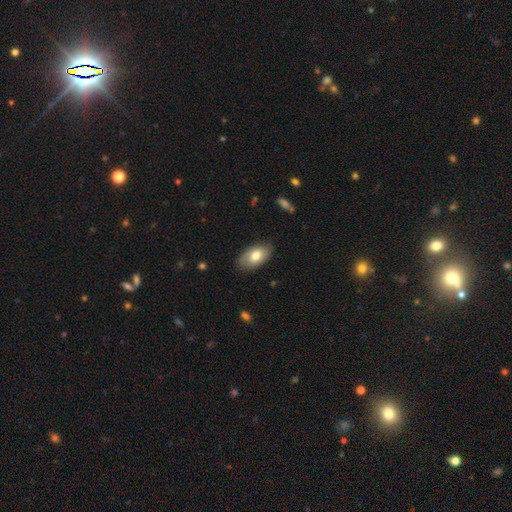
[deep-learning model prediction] smooth_or_featured: smooth (p=0.72) [alt: featured or disk p=0.22]
how_rounded: in between (p=0.94) [alt: round p=0.04]
merging: none (p=0.81) [alt: minor disturbance p=0.15]